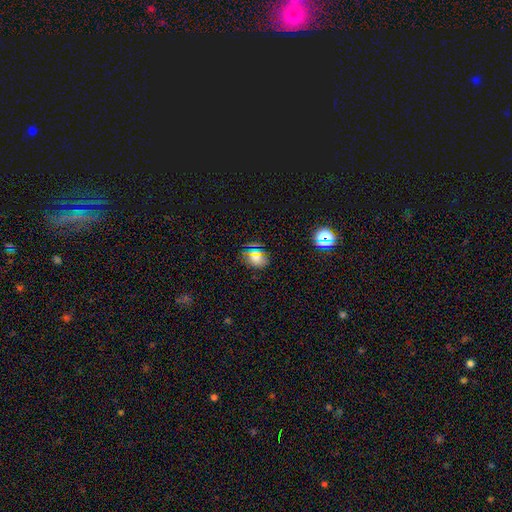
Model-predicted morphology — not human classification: A smooth galaxy with no disk features (64%) that is in between round and cigar-shaped (52%).

Vote fractions:
- Smooth or featured? smooth: 64% / star or artifact: 28% / featured or disk: 8%
- How rounded? in between: 52% / round: 46% / cigar-shaped: 2%
- Merging? none: 83% / minor disturbance: 12% / major disturbance: 3% / merger: 2%